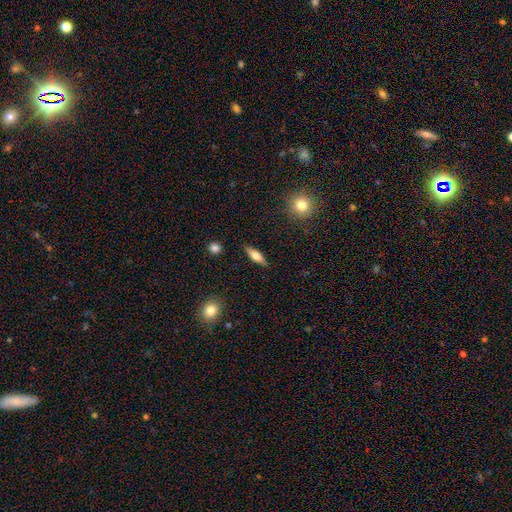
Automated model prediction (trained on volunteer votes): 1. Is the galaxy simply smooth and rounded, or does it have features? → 51% smooth, 43% featured or disk, 7% star or artifact.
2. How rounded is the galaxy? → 55% cigar-shaped, 42% in between, 4% round.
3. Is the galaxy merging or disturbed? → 88% none, 9% minor disturbance, 2% major disturbance, 1% merger.